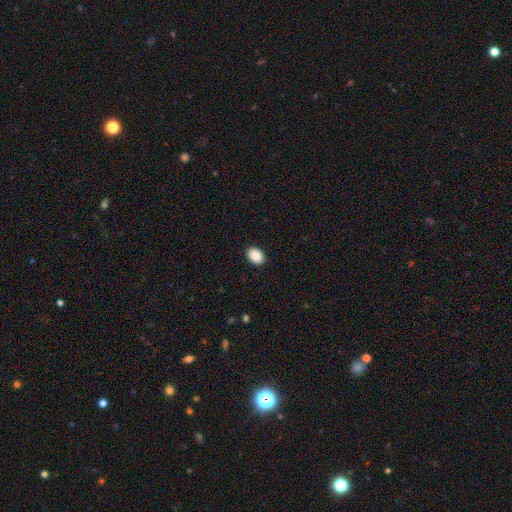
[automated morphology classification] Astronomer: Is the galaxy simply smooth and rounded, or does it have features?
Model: smooth — 90%.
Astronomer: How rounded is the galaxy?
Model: in between — 82%.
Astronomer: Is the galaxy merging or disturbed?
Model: none — 90%.